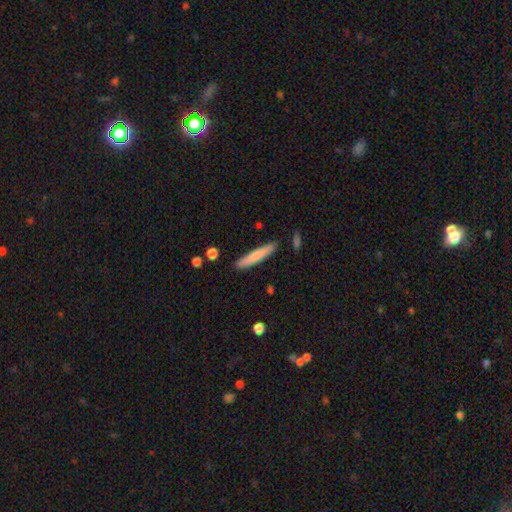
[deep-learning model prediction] Smooth or featured?
  - smooth: 74% *
  - featured or disk: 21%
  - star or artifact: 5%
How rounded?
  - cigar-shaped: 93% *
  - in between: 5%
  - round: 1%
Merging?
  - none: 88% *
  - minor disturbance: 9%
  - merger: 2%
  - major disturbance: 2%